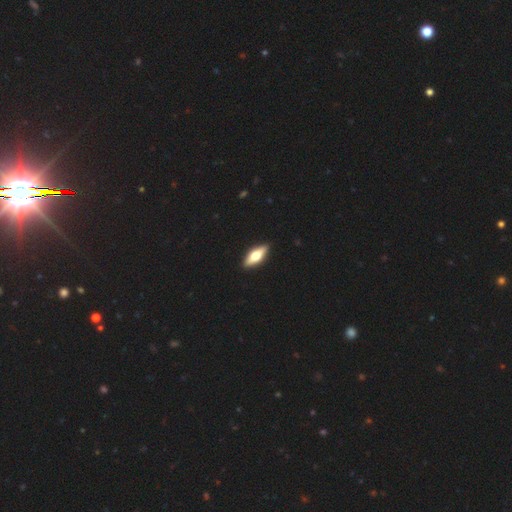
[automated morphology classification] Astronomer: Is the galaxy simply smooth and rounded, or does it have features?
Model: smooth — 50% (runner-up: featured or disk, 45%).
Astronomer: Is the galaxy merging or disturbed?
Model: none — 91%.